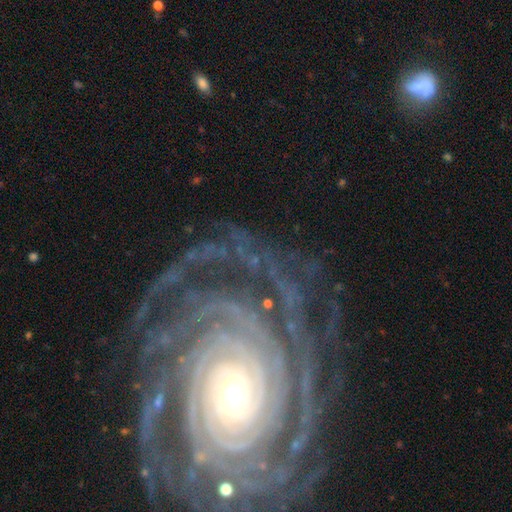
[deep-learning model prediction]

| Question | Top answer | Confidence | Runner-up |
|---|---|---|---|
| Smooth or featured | featured or disk | 92% | star or artifact (5%) |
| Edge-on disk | no | 97% | yes (3%) |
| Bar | no | 40% | weak (32%) |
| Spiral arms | yes | 98% | no (2%) |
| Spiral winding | tight | 87% | medium (11%) |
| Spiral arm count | more than 4 | 31% | 4 (19%) |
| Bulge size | moderate | 47% | small (46%) |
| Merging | none | 77% | minor disturbance (14%) |